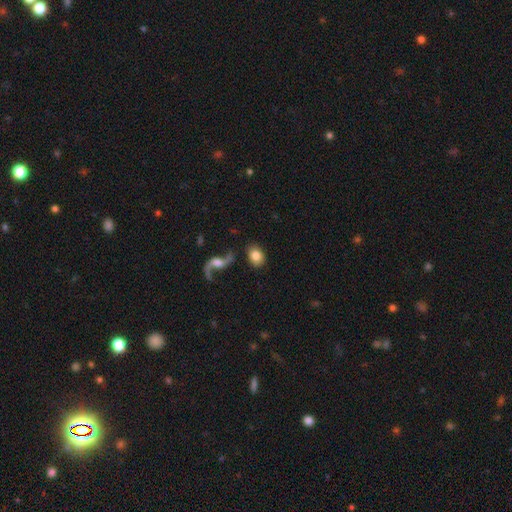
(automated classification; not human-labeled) This is likely a smooth galaxy (75%). How rounded: possibly in between (59%). Merging: likely none (78%).